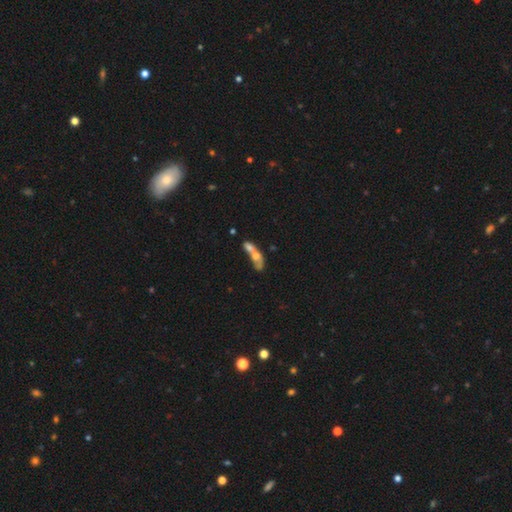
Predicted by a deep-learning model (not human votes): This appears to be a smooth galaxy with no disk features (52%) that is in between round and cigar-shaped (58%). Merging: merger (74%).